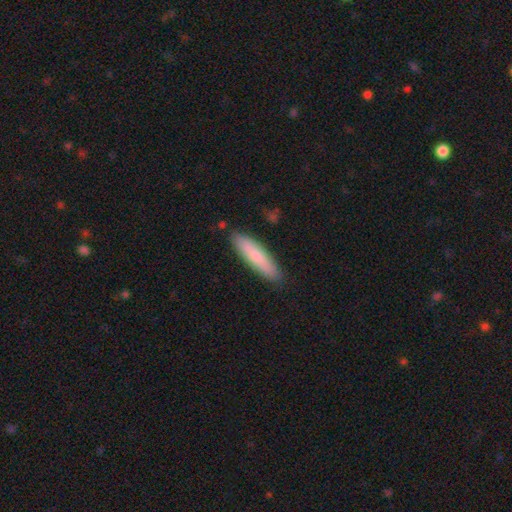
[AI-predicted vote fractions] smooth 76%, featured or disk 18%, star or artifact 6%. Down the decision tree: how rounded — cigar-shaped (79%); merging — none (87%).